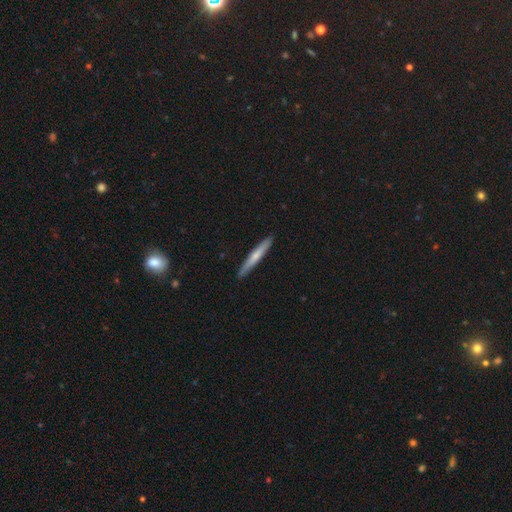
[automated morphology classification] A smooth galaxy with no disk features (58%) that is cigar-shaped (96%).

Vote fractions:
- Smooth or featured? smooth: 58% / featured or disk: 37% / star or artifact: 5%
- How rounded? cigar-shaped: 96% / in between: 3% / round: 1%
- Merging? none: 91% / minor disturbance: 7% / major disturbance: 1% / merger: 1%